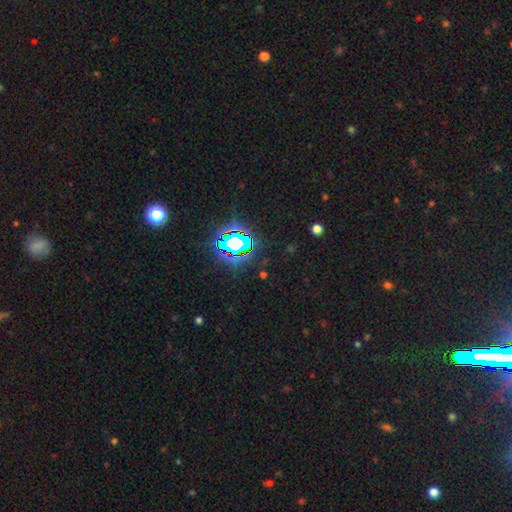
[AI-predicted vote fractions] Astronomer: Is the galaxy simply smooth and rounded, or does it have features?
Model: star or artifact — 81%.